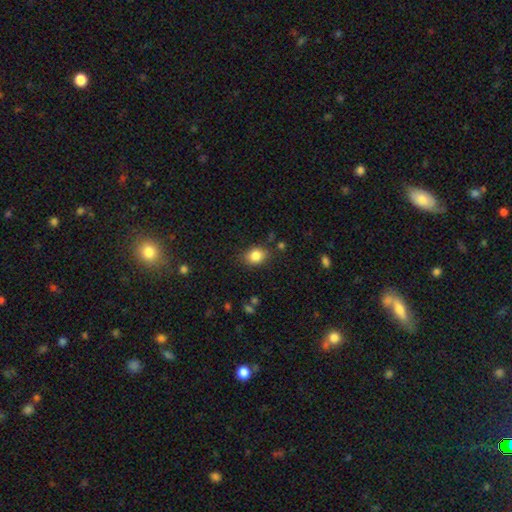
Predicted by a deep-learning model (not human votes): Overall: smooth (84%). How rounded: in between (57%; round 42%). Merging: none (81%).